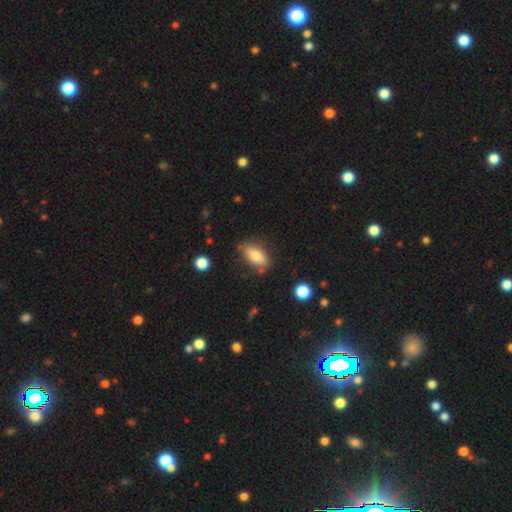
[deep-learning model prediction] Q: Smooth or featured?
A: smooth (73%); runner-up: featured or disk (19%)
Q: How rounded?
A: in between (86%); runner-up: cigar-shaped (9%)
Q: Merging?
A: none (75%); runner-up: minor disturbance (17%)